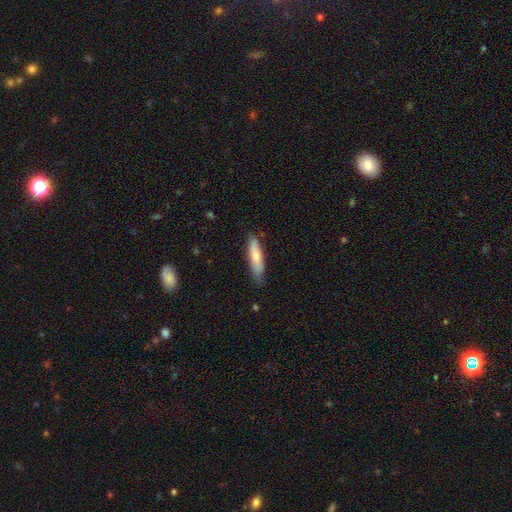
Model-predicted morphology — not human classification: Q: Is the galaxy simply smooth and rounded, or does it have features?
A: smooth — 70%.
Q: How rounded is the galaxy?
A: cigar-shaped — 67%.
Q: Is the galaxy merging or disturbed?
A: none — 78%.